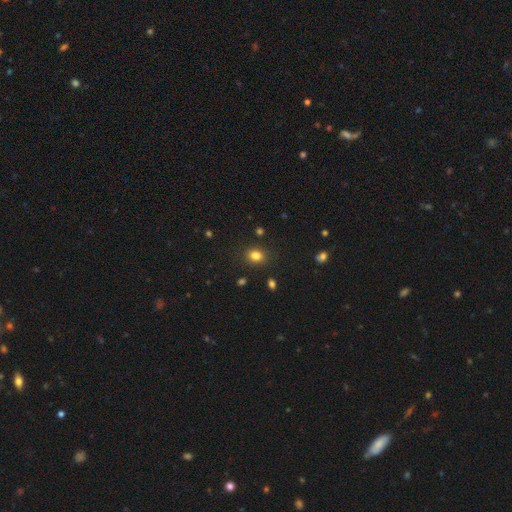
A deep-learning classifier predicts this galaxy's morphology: A smooth galaxy with no disk features (82%) that is round (57%).

Vote fractions:
- Smooth or featured? smooth: 82% / star or artifact: 13% / featured or disk: 6%
- How rounded? round: 57% / in between: 43% / cigar-shaped: 1%
- Merging? none: 86% / minor disturbance: 9% / major disturbance: 3% / merger: 2%